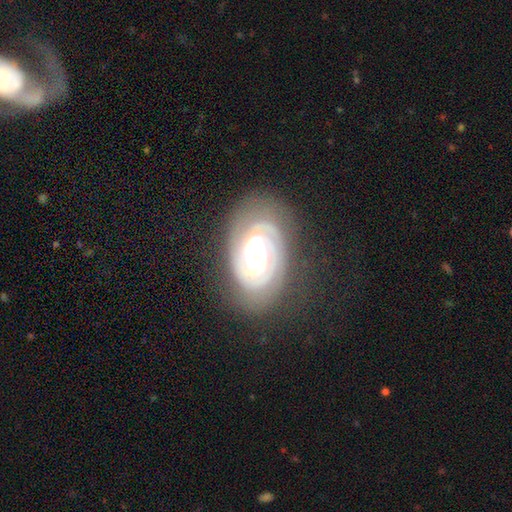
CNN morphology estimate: Smooth or featured? featured or disk (86%)
Edge-on disk? no (97%)
Bar? no (40%)
Spiral arms? yes (96%)
Spiral winding? tight (77%)
Spiral arm count? 2 (54%)
Bulge size? moderate (43%)
Merging? none (76%)